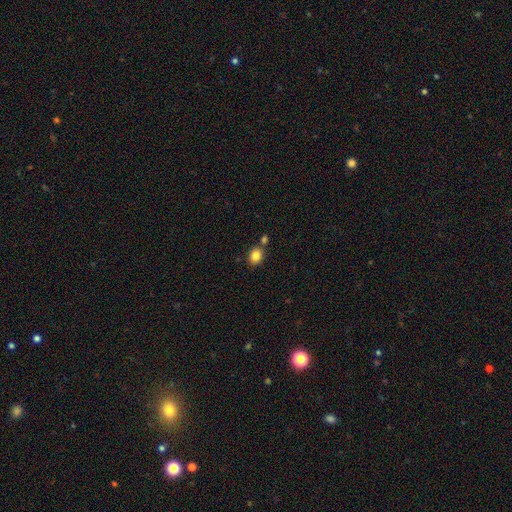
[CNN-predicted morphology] Smooth or featured? smooth (84%)
How rounded? round (57%)
Merging? none (72%)